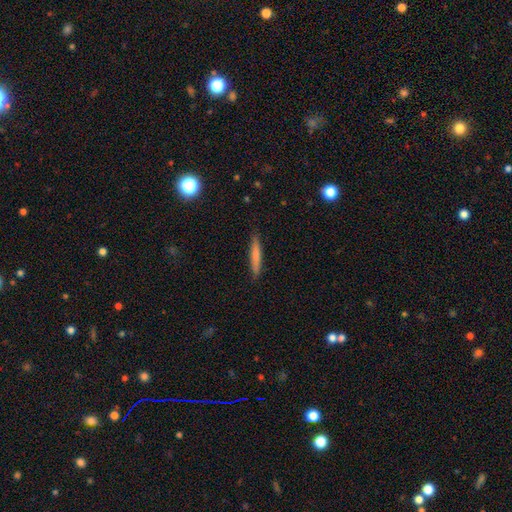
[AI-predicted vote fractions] smooth_or_featured: smooth (p=0.71) [alt: featured or disk p=0.23]
how_rounded: cigar-shaped (p=0.94) [alt: in between p=0.05]
merging: none (p=0.89) [alt: minor disturbance p=0.08]